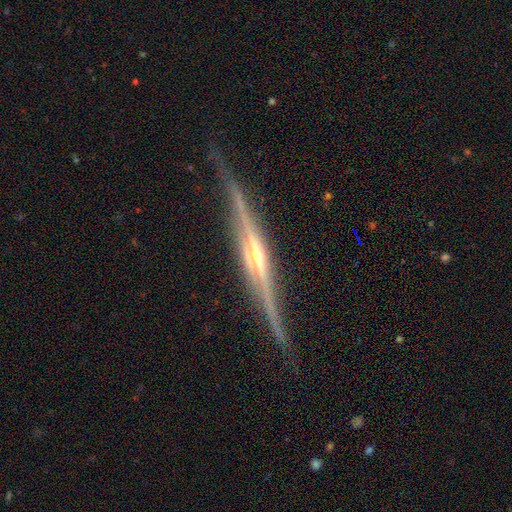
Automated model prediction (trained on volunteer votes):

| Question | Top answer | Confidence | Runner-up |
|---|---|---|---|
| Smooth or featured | featured or disk | 89% | smooth (6%) |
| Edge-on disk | yes | 98% | no (2%) |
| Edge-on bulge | rounded | 82% | boxy (9%) |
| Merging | none | 84% | minor disturbance (11%) |